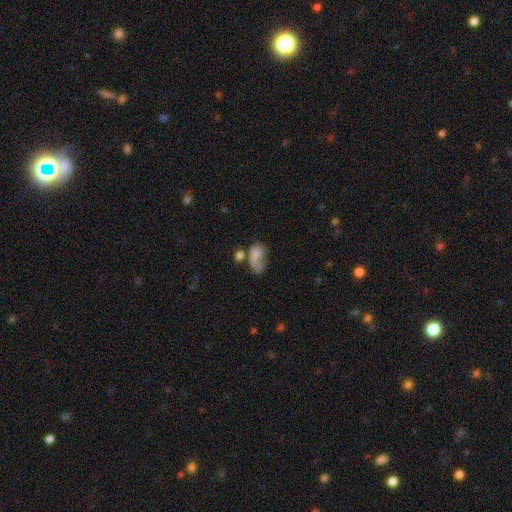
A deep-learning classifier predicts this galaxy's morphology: A smooth galaxy with no disk features (64%) that is in between round and cigar-shaped (81%). Merging: major disturbance (37%).